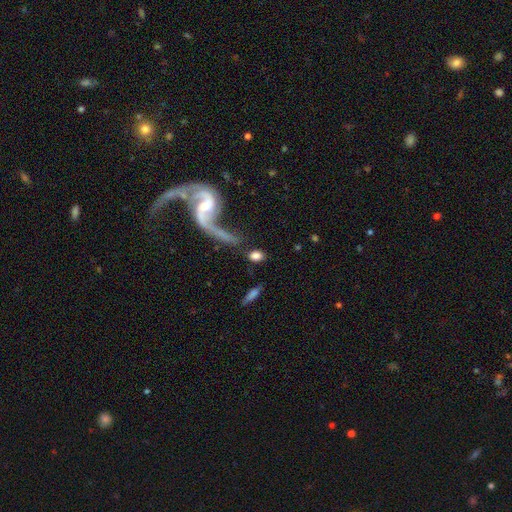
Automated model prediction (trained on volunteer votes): The model was most divided on "merging": none: 61%, merger: 16%, minor disturbance: 13%, major disturbance: 11%. More confident: how rounded — in between (77%); smooth or featured — smooth (73%).